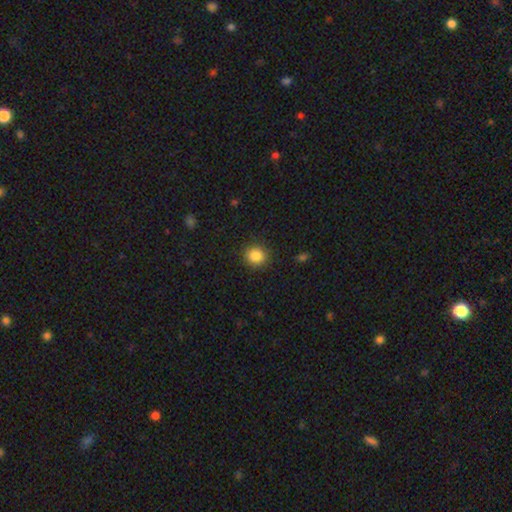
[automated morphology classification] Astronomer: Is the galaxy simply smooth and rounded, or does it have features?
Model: smooth — 86%.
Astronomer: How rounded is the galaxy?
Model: round — 82%.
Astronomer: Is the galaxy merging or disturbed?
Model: none — 89%.